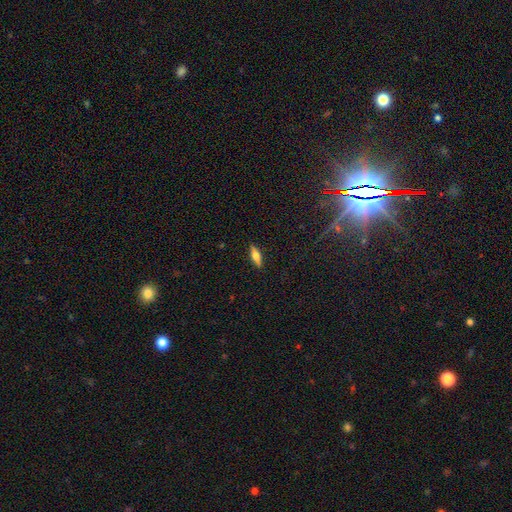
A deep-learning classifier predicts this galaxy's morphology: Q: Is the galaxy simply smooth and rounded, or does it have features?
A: smooth — 52%.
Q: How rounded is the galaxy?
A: cigar-shaped — 49%.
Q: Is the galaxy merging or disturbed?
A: none — 89%.